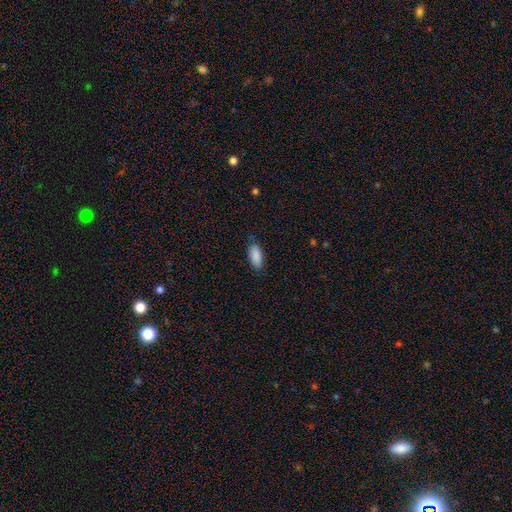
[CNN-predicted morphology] type=smooth (89%); roundness=in between (85%); merging=none (82%).